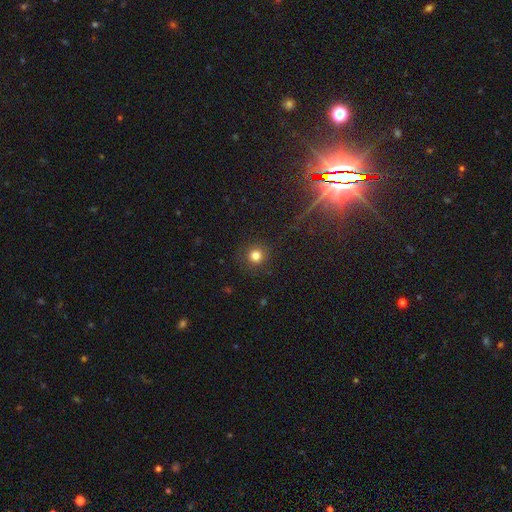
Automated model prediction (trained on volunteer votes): Overall: smooth (81%). How rounded: round (94%). Merging: none (89%).